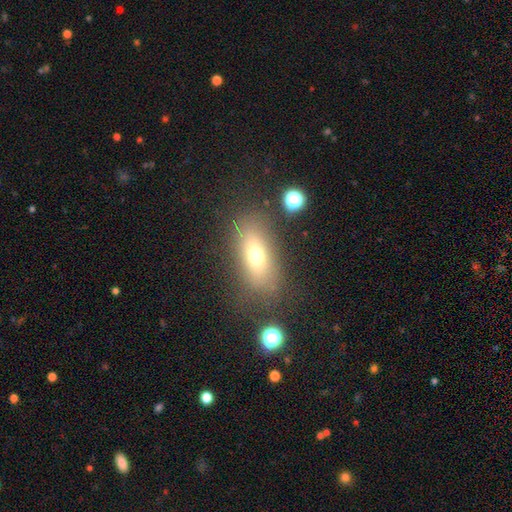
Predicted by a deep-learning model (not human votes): smooth-or-featured: smooth: 65% | featured or disk: 22% | star or artifact: 13%
  how-rounded: in between: 73% | cigar-shaped: 20% | round: 8%
  merging: none: 76% | minor disturbance: 14% | major disturbance: 7% | merger: 4%